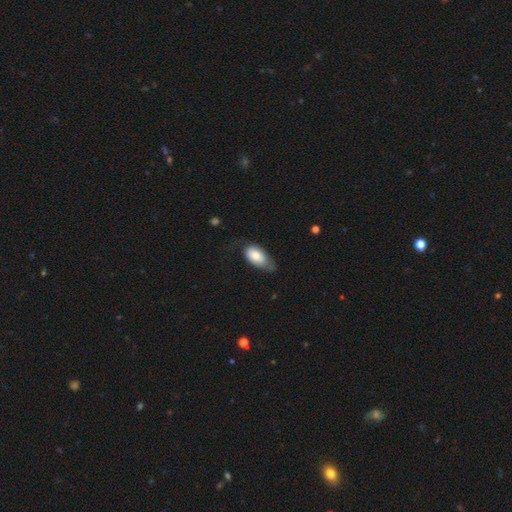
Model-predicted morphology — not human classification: The model was most divided on "merging": minor disturbance: 40%, none: 39%, major disturbance: 19%, merger: 2%. More confident: how rounded — in between (92%); smooth or featured — smooth (77%).